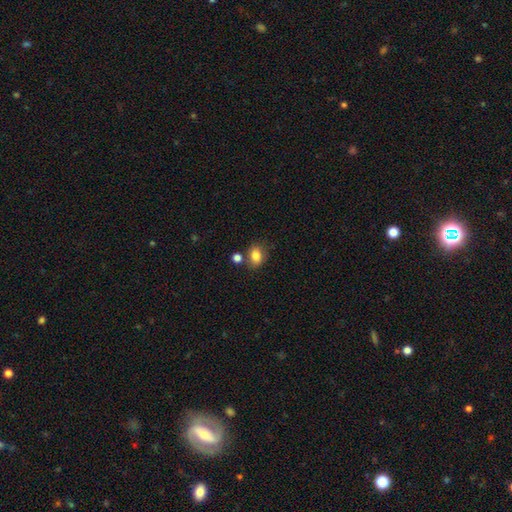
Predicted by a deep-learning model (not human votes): The model was most divided on "how rounded": in between: 64%, round: 35%, cigar-shaped: 1%. More confident: smooth or featured — smooth (82%); merging — none (68%).